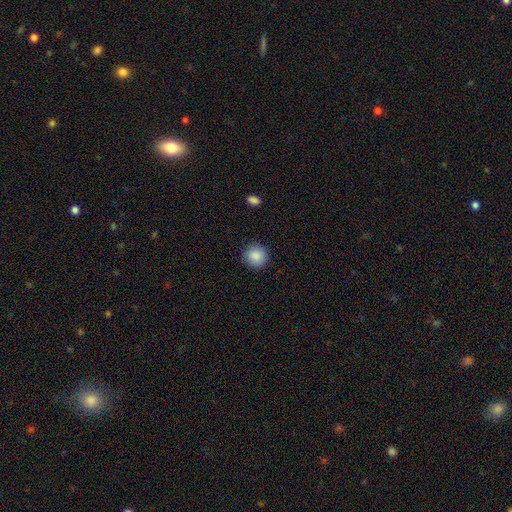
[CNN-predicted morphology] Smooth or featured? Predicted: smooth (p=0.88). How rounded? Predicted: round (p=0.91). Merging? Predicted: none (p=0.90).